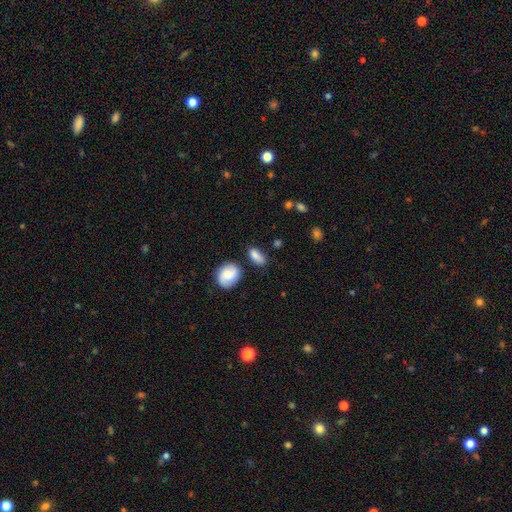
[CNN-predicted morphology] smooth_or_featured: smooth (p=0.80) [alt: featured or disk p=0.12]
how_rounded: in between (p=0.80) [alt: round p=0.12]
merging: none (p=0.67) [alt: minor disturbance p=0.19]